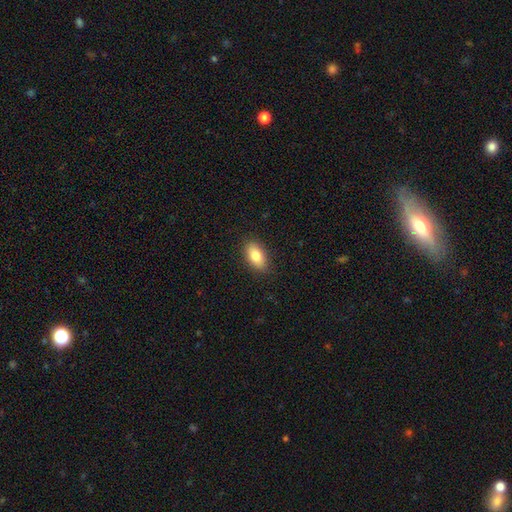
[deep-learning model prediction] Smooth or featured? smooth (82%)
How rounded? in between (89%)
Merging? none (86%)